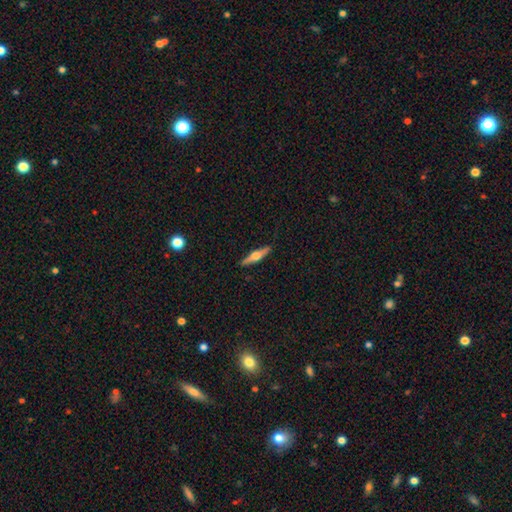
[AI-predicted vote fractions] Smooth or featured? Predicted: featured or disk (p=0.67). Edge-on disk? Predicted: yes (p=0.98). Edge-on bulge? Predicted: rounded (p=0.93). Merging? Predicted: none (p=0.91).